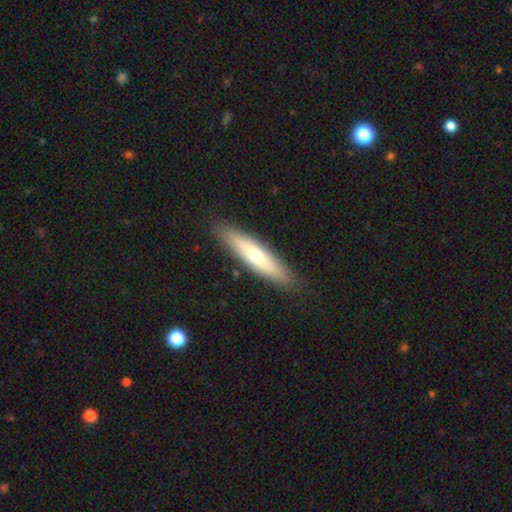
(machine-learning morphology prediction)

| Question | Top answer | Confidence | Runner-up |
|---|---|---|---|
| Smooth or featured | smooth | 58% | featured or disk (36%) |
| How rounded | cigar-shaped | 78% | in between (20%) |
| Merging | none | 89% | minor disturbance (8%) |